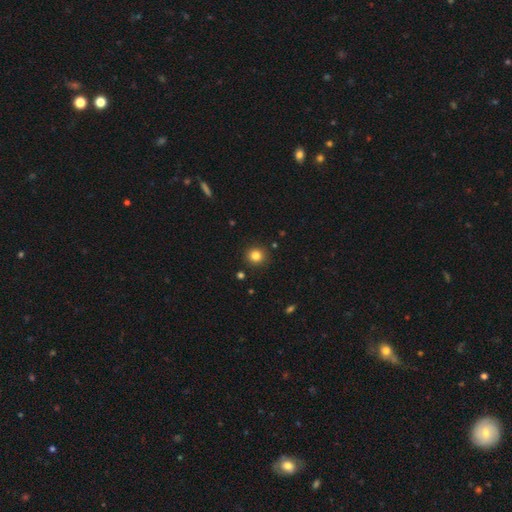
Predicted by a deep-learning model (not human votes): Q: Smooth or featured?
A: smooth (82%); runner-up: star or artifact (12%)
Q: How rounded?
A: round (91%); runner-up: in between (8%)
Q: Merging?
A: none (91%); runner-up: minor disturbance (6%)